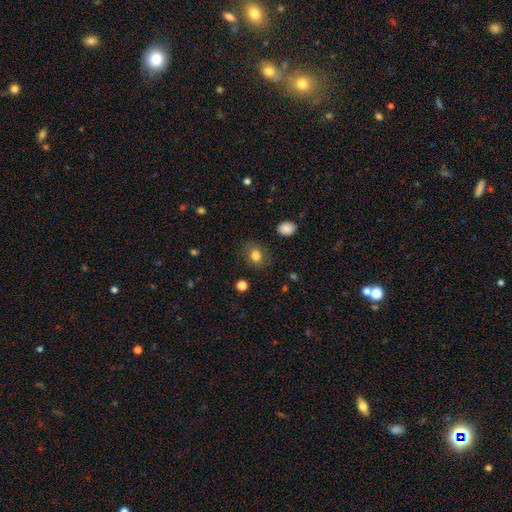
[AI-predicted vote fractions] Smooth or featured? smooth (82%)
How rounded? round (55%)
Merging? none (80%)